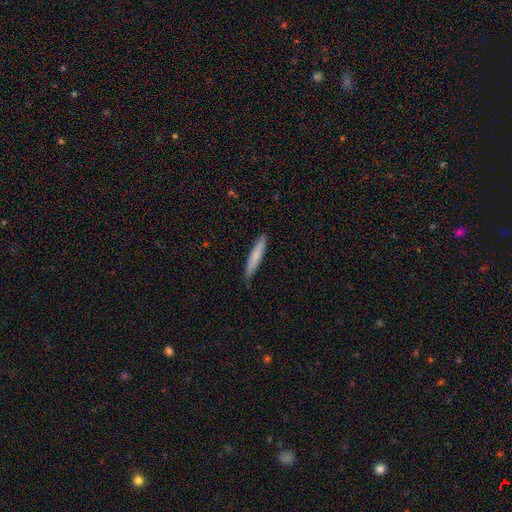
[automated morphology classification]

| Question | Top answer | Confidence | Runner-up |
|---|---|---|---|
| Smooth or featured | smooth | 72% | featured or disk (23%) |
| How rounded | cigar-shaped | 93% | in between (6%) |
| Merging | none | 87% | minor disturbance (10%) |